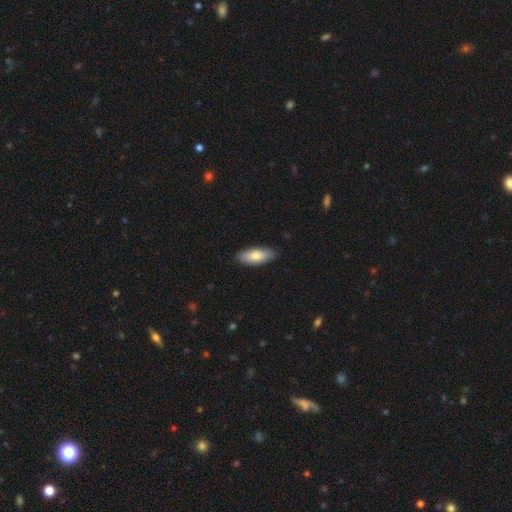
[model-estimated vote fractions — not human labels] Smooth or featured: smooth — 79% (featured or disk — 15%)
How rounded: in between — 78% (cigar-shaped — 20%)
Merging: none — 87% (minor disturbance — 10%)